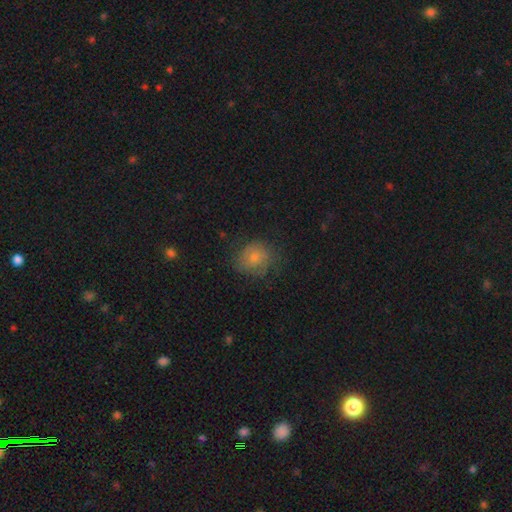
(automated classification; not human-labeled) Overall: smooth (65%; featured or disk 25%). How rounded: round (72%). Merging: none (63%; minor disturbance 24%).